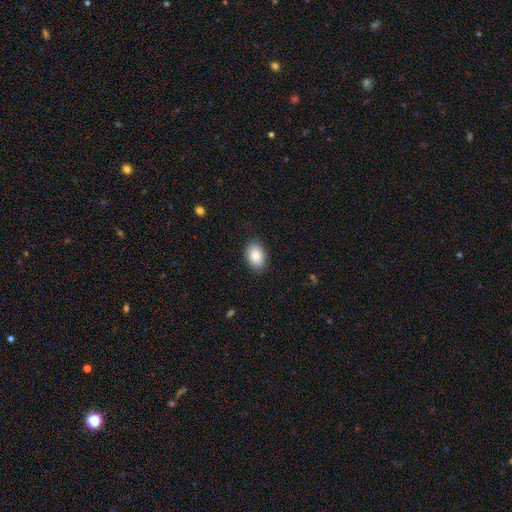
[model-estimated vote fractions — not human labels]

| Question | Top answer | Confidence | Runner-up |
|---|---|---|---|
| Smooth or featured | smooth | 86% | star or artifact (7%) |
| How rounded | in between | 88% | round (11%) |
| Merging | none | 86% | minor disturbance (10%) |